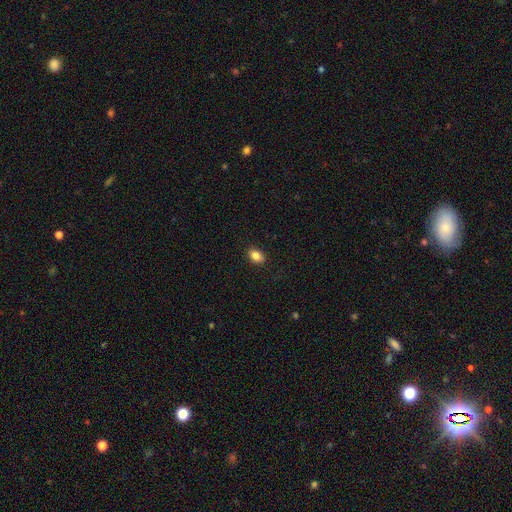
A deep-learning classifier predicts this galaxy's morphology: This appears to be a smooth galaxy with no disk features (85%) that is in between round and cigar-shaped (78%). Merging: none (89%).